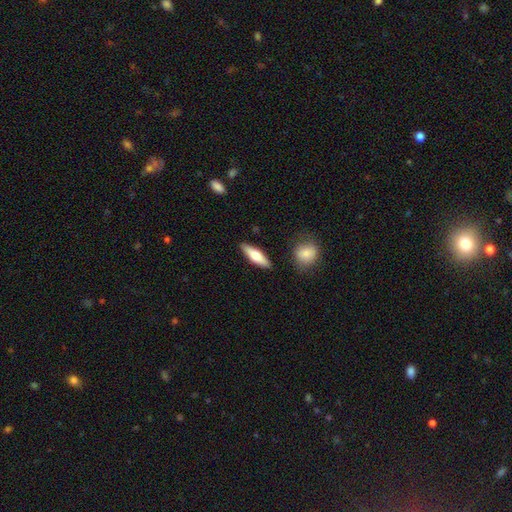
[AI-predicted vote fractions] This appears to be a smooth galaxy with no disk features (62%) that is cigar-shaped (56%). Merging: none (86%).